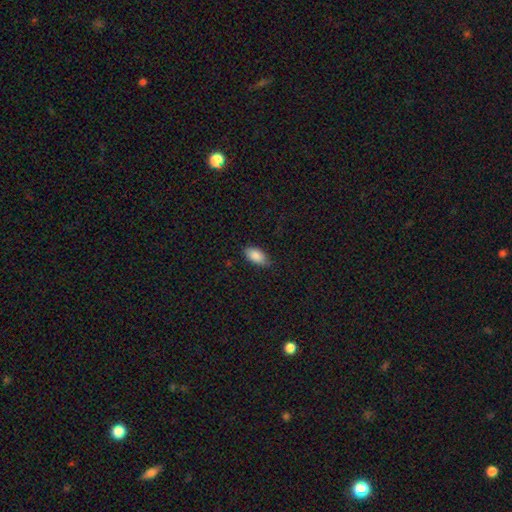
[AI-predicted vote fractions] Overall: smooth (88%). How rounded: in between (92%). Merging: none (81%).